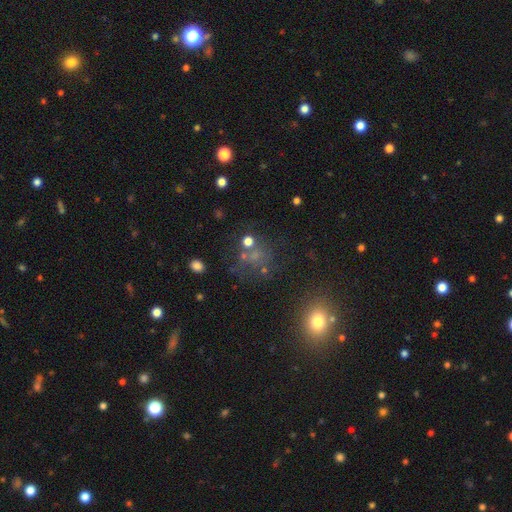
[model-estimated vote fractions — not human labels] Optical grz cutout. It shows a smooth galaxy with no disk features (45%). Merging: none (57%).